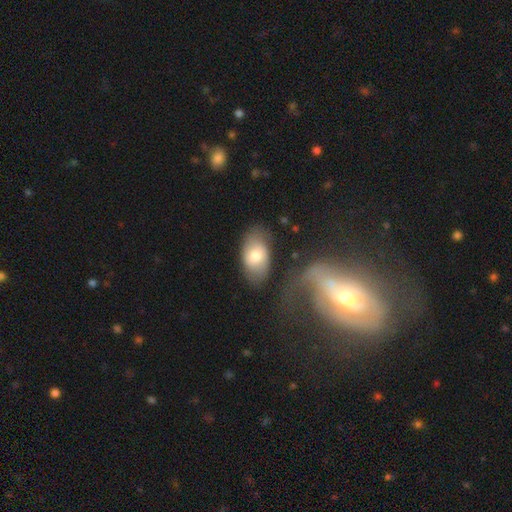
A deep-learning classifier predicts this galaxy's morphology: The model was most divided on "smooth or featured": smooth: 66%, featured or disk: 28%, star or artifact: 7%. More confident: how rounded — in between (90%); merging — none (72%).